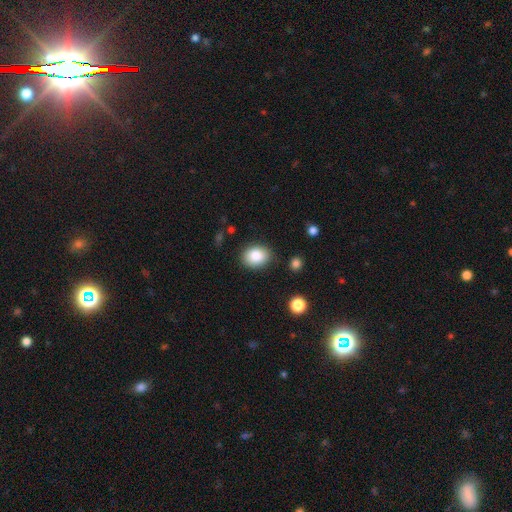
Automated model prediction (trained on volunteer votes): A smooth galaxy with no disk features (86%) that is in between round and cigar-shaped (58%). Merging: none (84%).